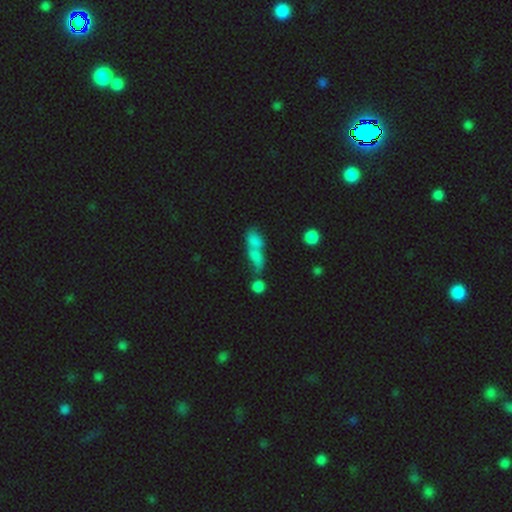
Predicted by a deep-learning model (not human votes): The model was most divided on "merging": merger: 54%, none: 26%, minor disturbance: 10%, major disturbance: 10%. More confident: smooth or featured — smooth (64%); how rounded — in between (61%).